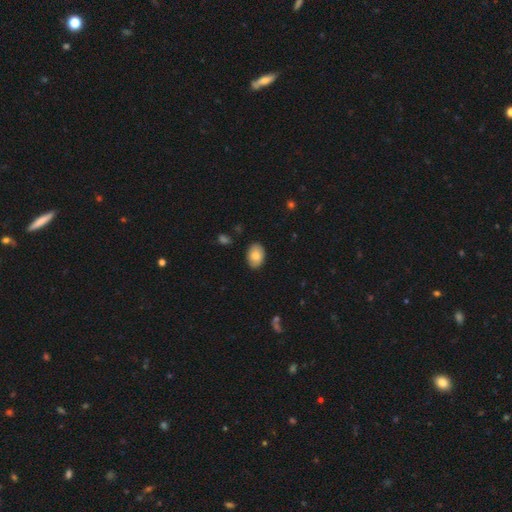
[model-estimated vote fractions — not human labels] Smooth or featured? Predicted: smooth (p=0.81). How rounded? Predicted: in between (p=0.80). Merging? Predicted: none (p=0.85).